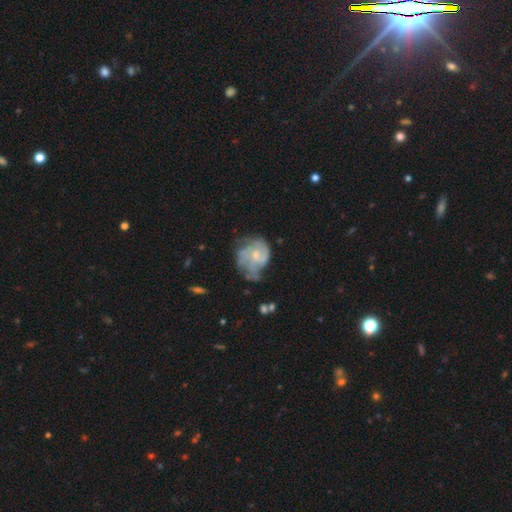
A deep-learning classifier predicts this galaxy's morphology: Overall: featured or disk (68%). Edge-on disk: no (98%). Bar: no (68%; weak 29%). Spiral arms: yes (75%). Bulge size: small (49%; moderate 39%). Merging: none (38%; minor disturbance 30%).